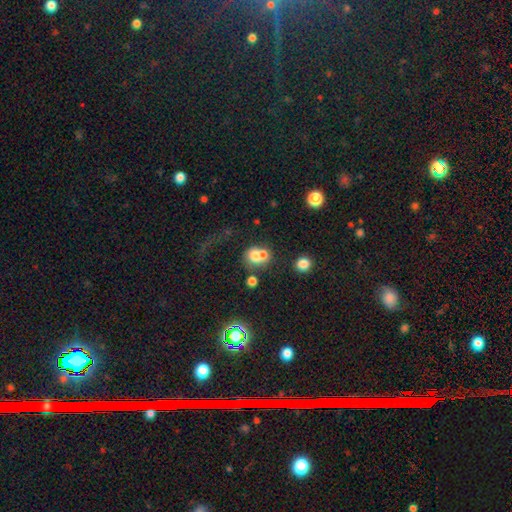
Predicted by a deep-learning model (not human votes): smooth-or-featured: smooth: 67% | featured or disk: 20% | star or artifact: 13%
  how-rounded: round: 74% | in between: 25% | cigar-shaped: 1%
  merging: merger: 57% | none: 29% | minor disturbance: 8% | major disturbance: 6%